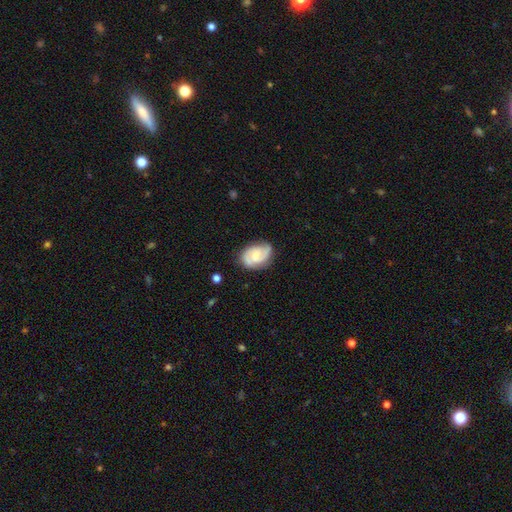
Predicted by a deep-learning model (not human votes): A featured or disk galaxy (72%) with no bar (53%), 2 (74%) medium (45%) spiral arms (94%) and a small central bulge (47%).

Vote fractions:
- Smooth or featured? featured or disk: 72% / smooth: 22% / star or artifact: 6%
- Edge-on disk? no: 97% / yes: 3%
- Bar? no: 53% / weak: 41% / strong: 7%
- Spiral arms? yes: 94% / no: 6%
- Spiral winding? medium: 45% / tight: 39% / loose: 16%
- Spiral arm count? 2: 74% / can't tell: 11% / 3: 7% / 1: 6% / 4: 2% / more than 4: 1%
- Bulge size? small: 47% / moderate: 36% / none: 11% / large: 4% / dominant: 1%
- Merging? none: 72% / minor disturbance: 20% / major disturbance: 6% / merger: 2%